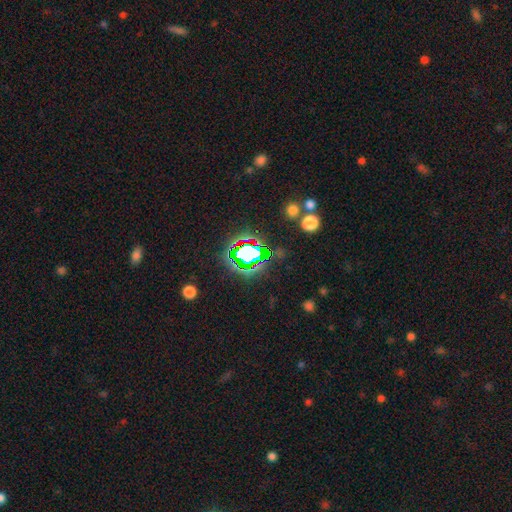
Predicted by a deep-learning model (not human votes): smooth-or-featured: star or artifact: 75% | smooth: 15% | featured or disk: 10%